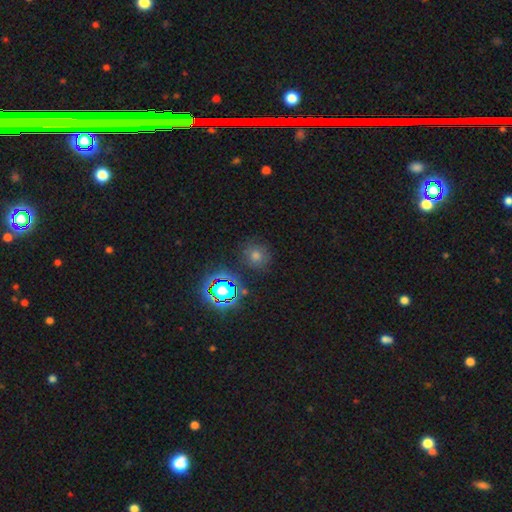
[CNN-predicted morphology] Smooth or featured? Predicted: smooth (p=0.54). How rounded? Predicted: round (p=0.87). Merging? Predicted: none (p=0.85).